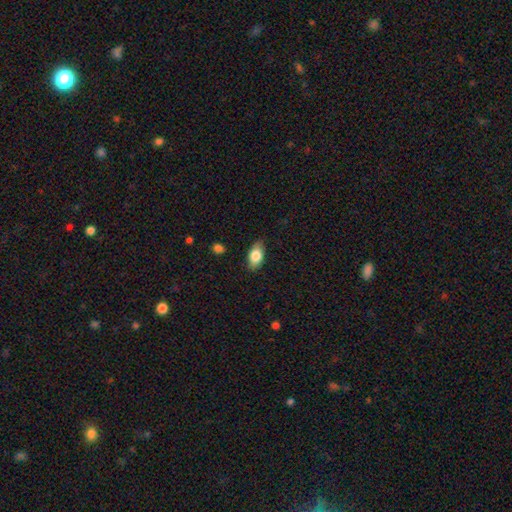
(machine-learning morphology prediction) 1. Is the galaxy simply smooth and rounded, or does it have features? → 81% smooth, 12% featured or disk, 7% star or artifact.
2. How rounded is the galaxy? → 90% in between, 6% round, 4% cigar-shaped.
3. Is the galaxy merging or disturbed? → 84% none, 13% minor disturbance, 2% major disturbance, 1% merger.